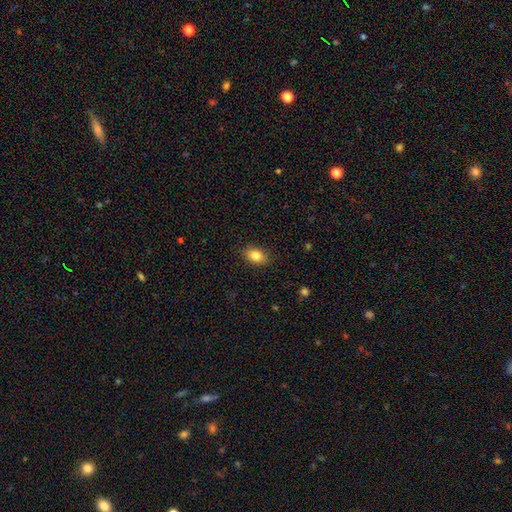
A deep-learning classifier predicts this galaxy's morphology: smooth-or-featured: smooth: 83% | star or artifact: 9% | featured or disk: 8%
  how-rounded: in between: 82% | round: 17% | cigar-shaped: 1%
  merging: none: 88% | minor disturbance: 9% | major disturbance: 2% | merger: 1%